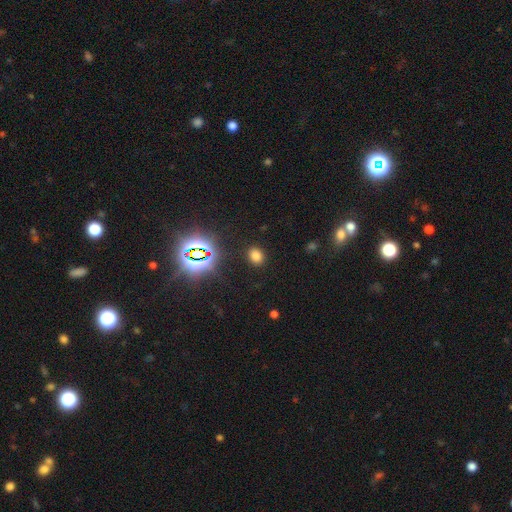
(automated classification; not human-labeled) Smooth or featured? smooth (71%)
How rounded? in between (53%)
Merging? none (88%)